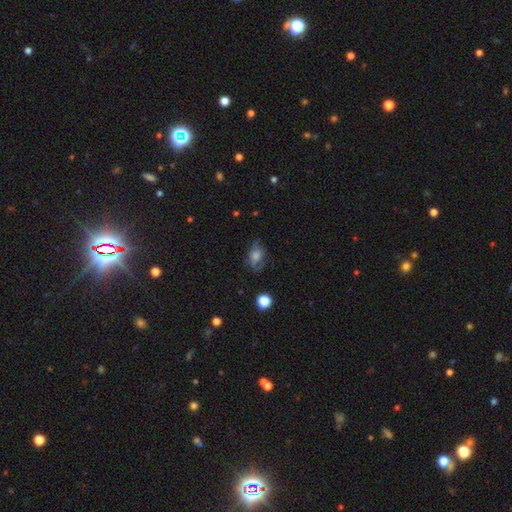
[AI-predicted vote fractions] Smooth or featured? Predicted: smooth (p=0.57). How rounded? Predicted: in between (p=0.76). Merging? Predicted: none (p=0.65).